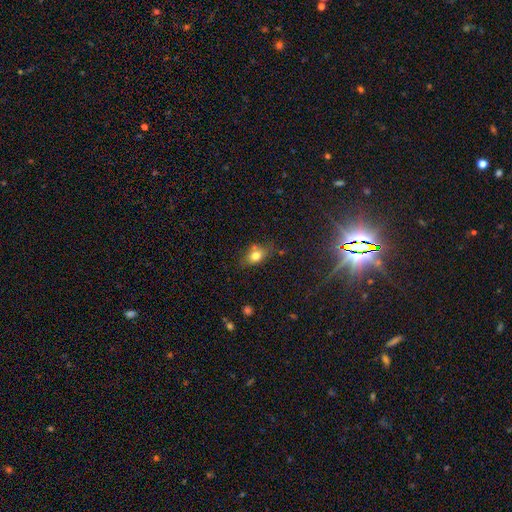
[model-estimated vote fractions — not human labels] This is likely a smooth galaxy (76%). How rounded: likely in between (67%). Merging: likely none (63%).